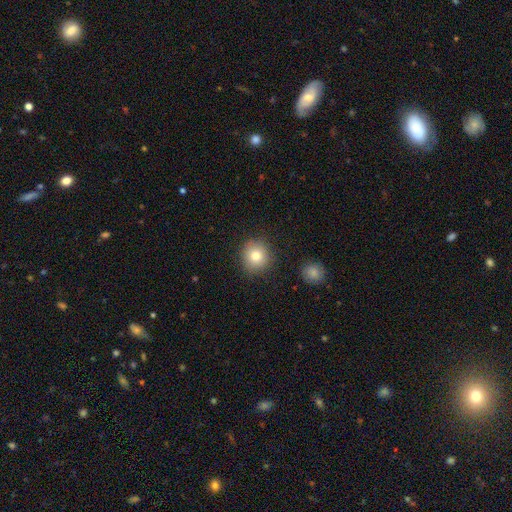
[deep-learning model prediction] Overall: smooth (80%). How rounded: round (90%). Merging: none (87%).